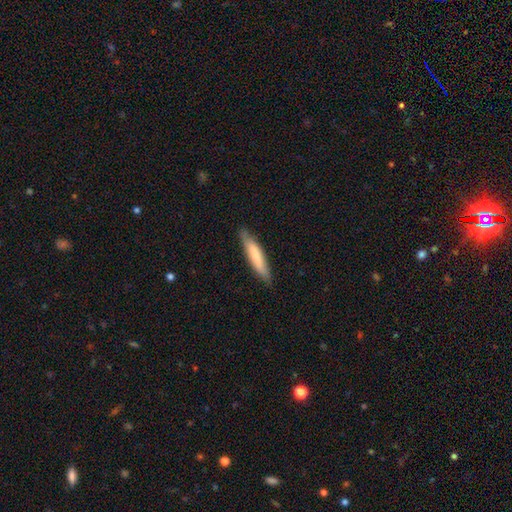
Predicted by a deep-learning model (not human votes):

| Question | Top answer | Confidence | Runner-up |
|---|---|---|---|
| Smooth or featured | smooth | 71% | featured or disk (24%) |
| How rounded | cigar-shaped | 88% | in between (11%) |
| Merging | none | 86% | minor disturbance (11%) |